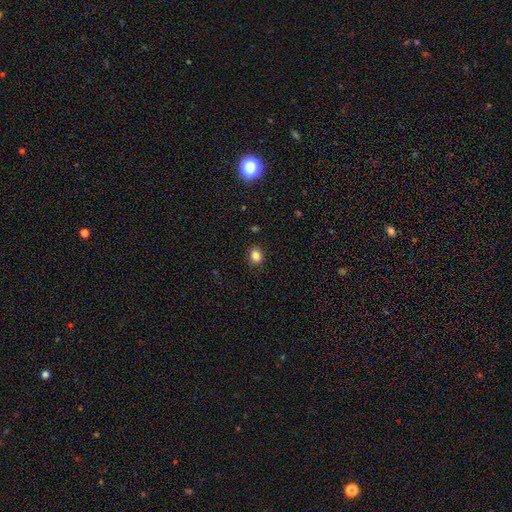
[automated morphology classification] Smooth or featured?
  - smooth: 84% *
  - star or artifact: 11%
  - featured or disk: 5%
How rounded?
  - round: 53% *
  - in between: 46%
  - cigar-shaped: 1%
Merging?
  - none: 89% *
  - minor disturbance: 8%
  - major disturbance: 2%
  - merger: 1%